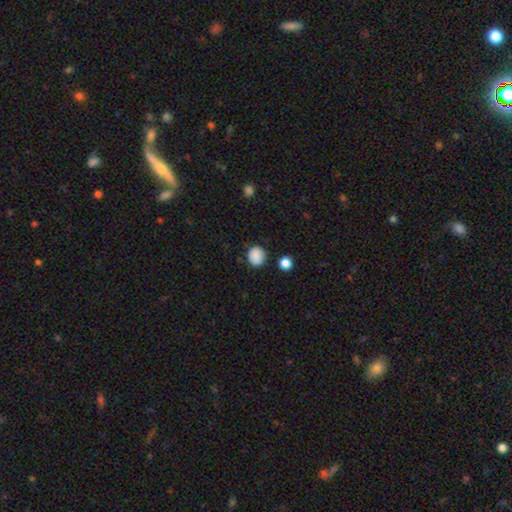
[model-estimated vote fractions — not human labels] Smooth or featured? smooth (87%)
How rounded? round (74%)
Merging? none (79%)